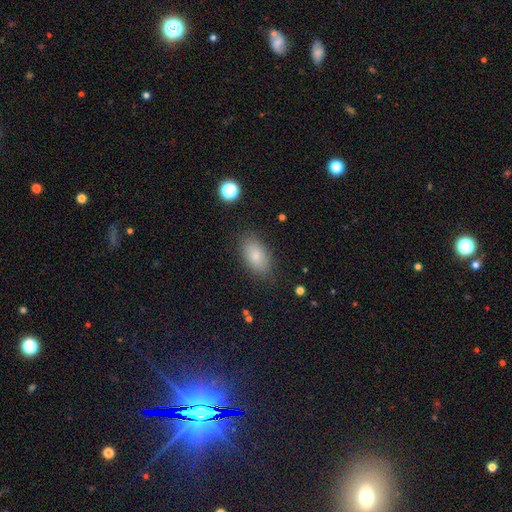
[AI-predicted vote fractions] smooth 84%, featured or disk 8%, star or artifact 8%. Down the decision tree: how rounded — in between (92%); merging — none (83%).